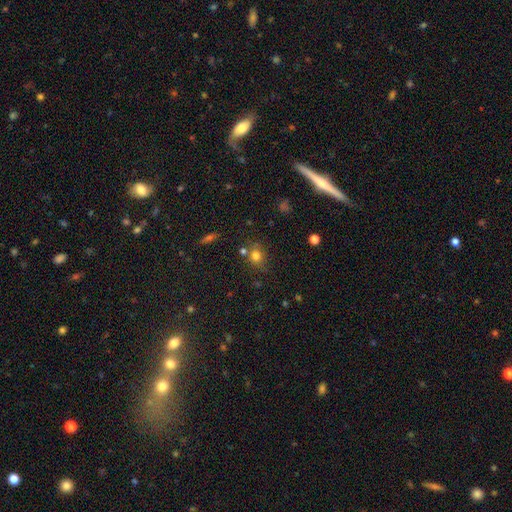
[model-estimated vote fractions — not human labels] The model was most divided on "how rounded": round: 74%, in between: 24%, cigar-shaped: 1%. More confident: smooth or featured — smooth (76%); merging — none (67%).